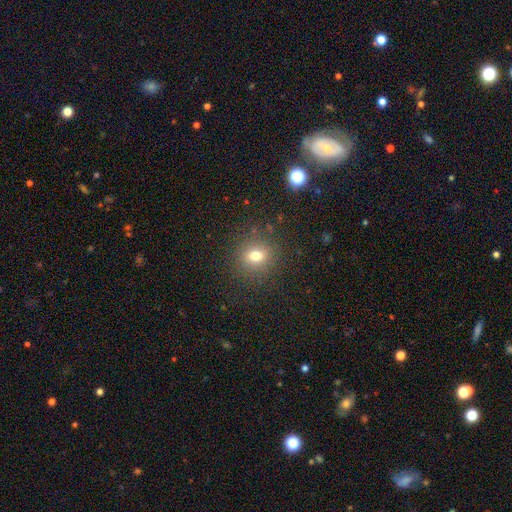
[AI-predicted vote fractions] This appears to be a smooth galaxy with no disk features (72%) that is round (80%). Merging: none (87%).